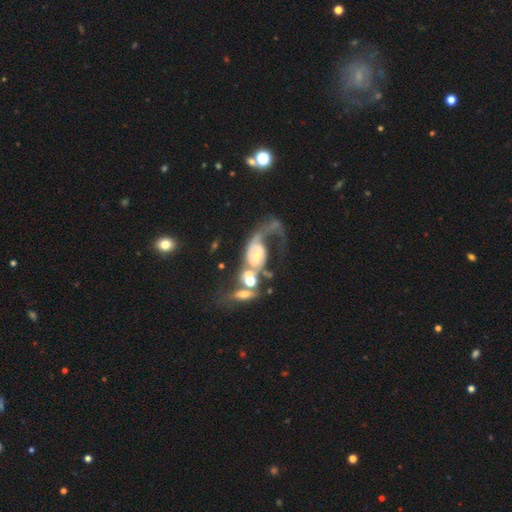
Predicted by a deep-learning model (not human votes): Overall: featured or disk (74%). Edge-on disk: no (95%). Bar: no (72%). Spiral arms: yes (80%). Spiral arm count: 1 (47%; 2 36%). Spiral winding: loose (55%; medium 28%). Bulge size: small (44%; moderate 40%). Merging: merger (39%; major disturbance 37%).